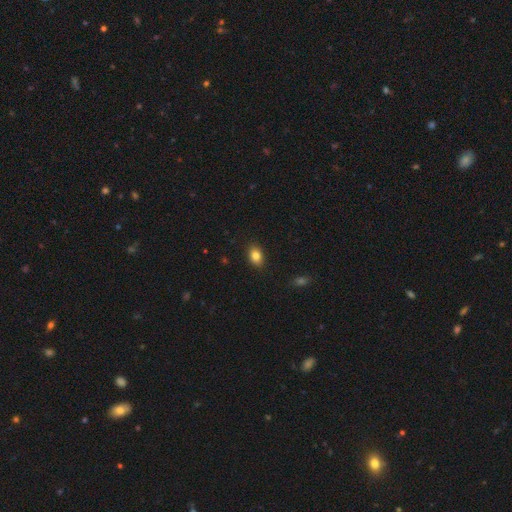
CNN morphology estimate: Smooth or featured?
  - smooth: 83% *
  - star or artifact: 10%
  - featured or disk: 7%
How rounded?
  - in between: 77% *
  - round: 22%
  - cigar-shaped: 1%
Merging?
  - none: 88% *
  - minor disturbance: 9%
  - major disturbance: 2%
  - merger: 1%